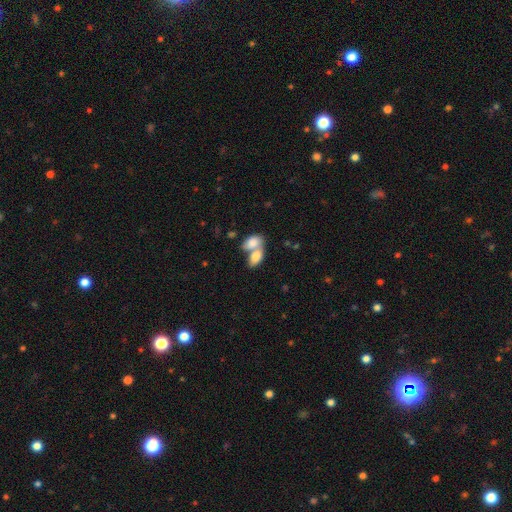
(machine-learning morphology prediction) This appears to be a smooth galaxy with no disk features (82%) that is in between round and cigar-shaped (90%). Merging: merger (69%).